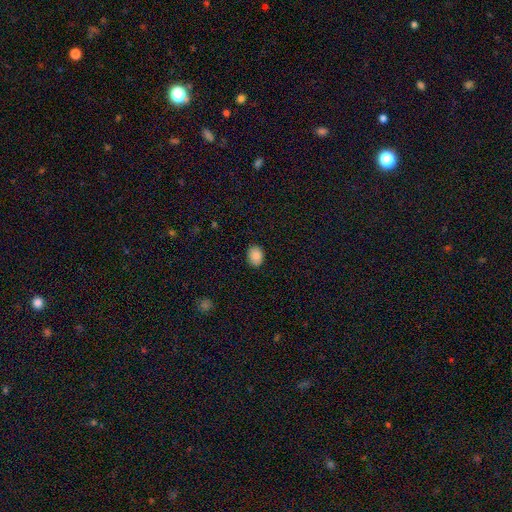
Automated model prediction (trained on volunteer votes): smooth 88%, star or artifact 8%, featured or disk 4%. Down the decision tree: how rounded — in between (62%); merging — none (88%).